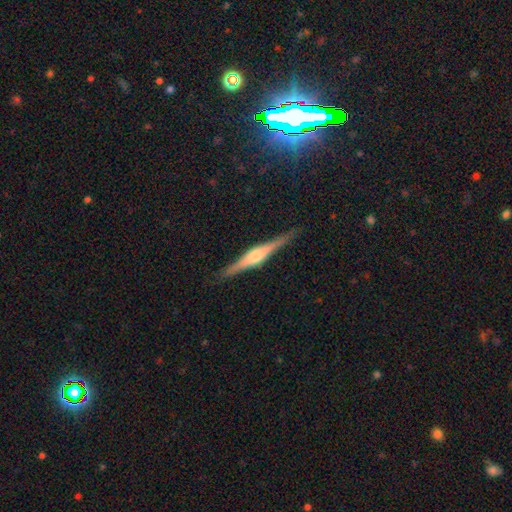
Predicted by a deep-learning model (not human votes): Overall: featured or disk (76%). Edge-on disk: yes (98%). Edge-on bulge: rounded (76%). Merging: none (88%).